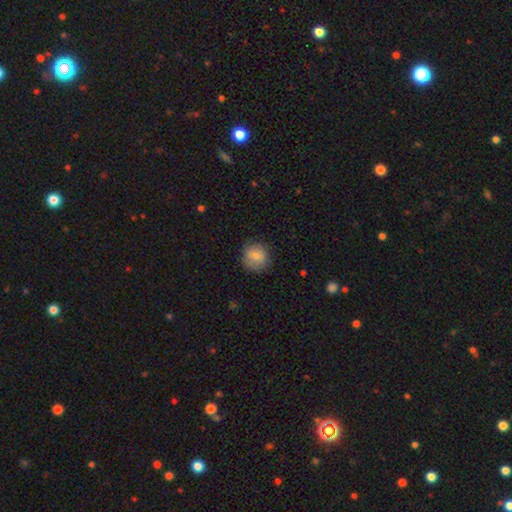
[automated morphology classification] smooth-or-featured: smooth: 80% | featured or disk: 12% | star or artifact: 8%
  how-rounded: round: 88% | in between: 11% | cigar-shaped: 1%
  merging: none: 78% | minor disturbance: 16% | major disturbance: 5% | merger: 1%